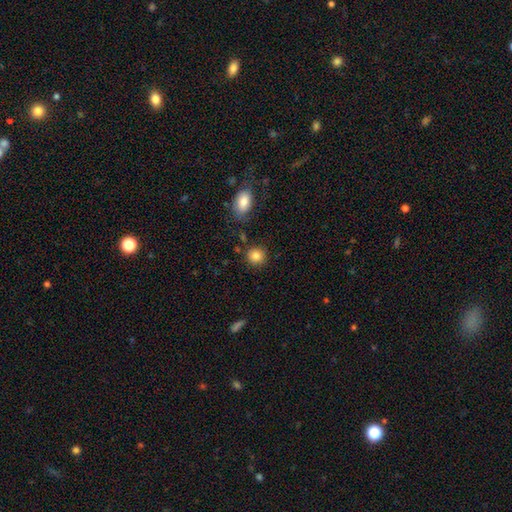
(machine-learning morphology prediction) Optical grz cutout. It shows a smooth galaxy with no disk features (85%) that is round (87%). Merging: none (84%).